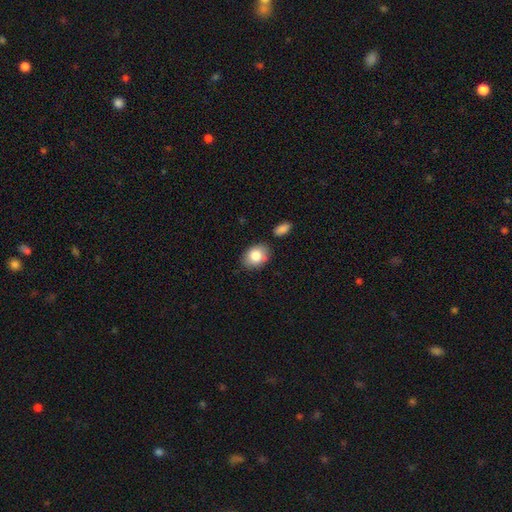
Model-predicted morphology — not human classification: smooth-or-featured: smooth: 83% | featured or disk: 9% | star or artifact: 7%
  how-rounded: in between: 71% | round: 28% | cigar-shaped: 1%
  merging: none: 77% | minor disturbance: 15% | merger: 5% | major disturbance: 3%